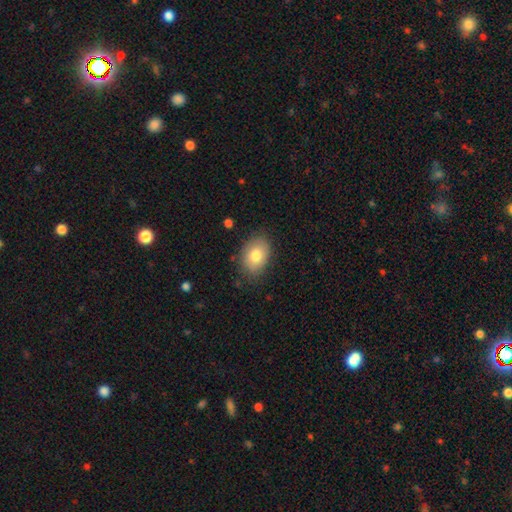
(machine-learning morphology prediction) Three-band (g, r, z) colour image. It shows a smooth galaxy with no disk features (79%) that is in between round and cigar-shaped (79%). Merging: none (80%).